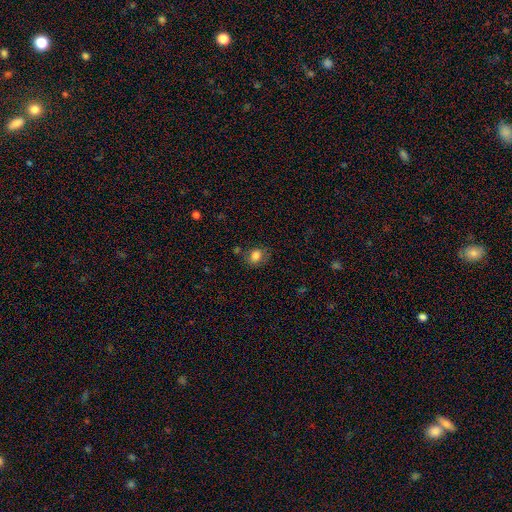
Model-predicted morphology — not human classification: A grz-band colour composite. It shows a smooth galaxy with no disk features (81%) that is round (55%). Merging: none (70%).